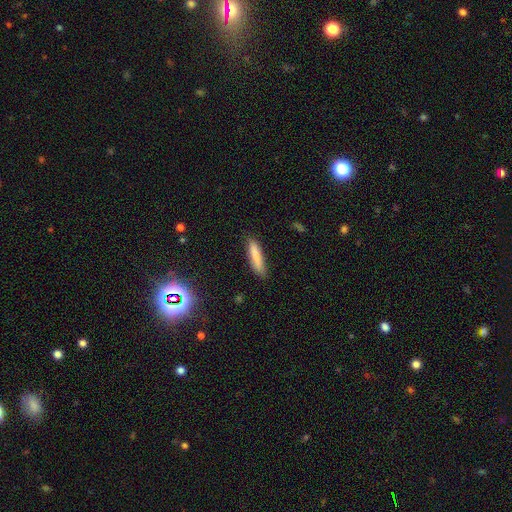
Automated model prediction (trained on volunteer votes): smooth 82%, featured or disk 10%, star or artifact 7%. Down the decision tree: how rounded — cigar-shaped (83%); merging — none (84%).